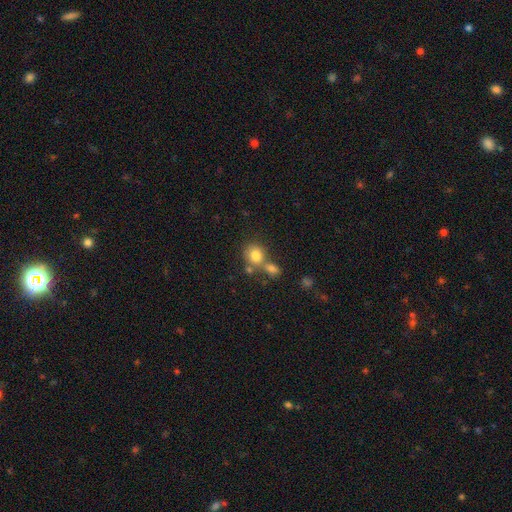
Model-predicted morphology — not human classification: A smooth galaxy with no disk features (79%) that is round (78%).

Vote fractions:
- Smooth or featured? smooth: 79% / star or artifact: 11% / featured or disk: 10%
- How rounded? round: 78% / in between: 21% / cigar-shaped: 1%
- Merging? none: 48% / merger: 36% / minor disturbance: 11% / major disturbance: 5%